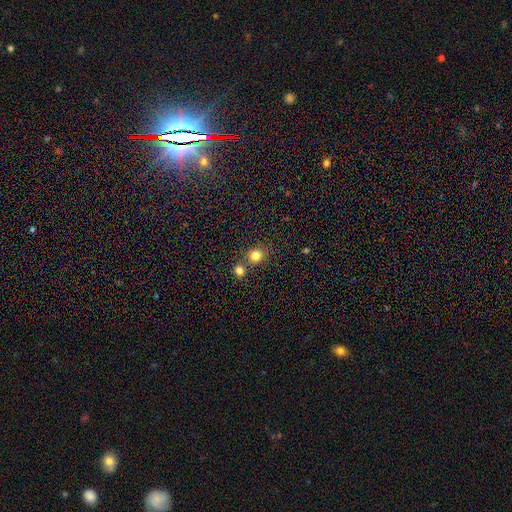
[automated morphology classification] Smooth or featured?
  - smooth: 81% *
  - star or artifact: 13%
  - featured or disk: 6%
How rounded?
  - round: 80% *
  - in between: 19%
  - cigar-shaped: 1%
Merging?
  - none: 63% *
  - merger: 26%
  - minor disturbance: 8%
  - major disturbance: 3%